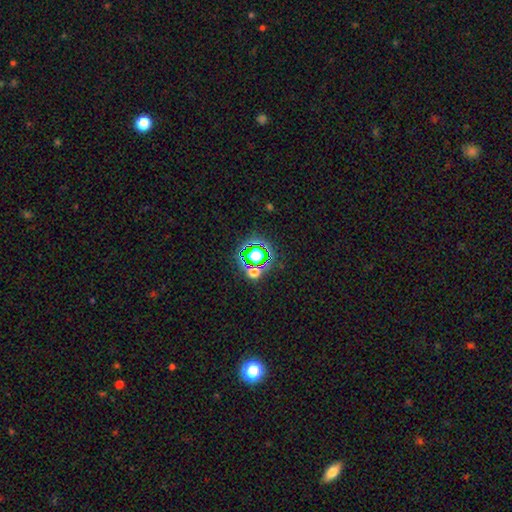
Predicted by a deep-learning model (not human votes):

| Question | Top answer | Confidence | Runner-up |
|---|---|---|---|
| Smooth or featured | star or artifact | 60% | smooth (29%) |